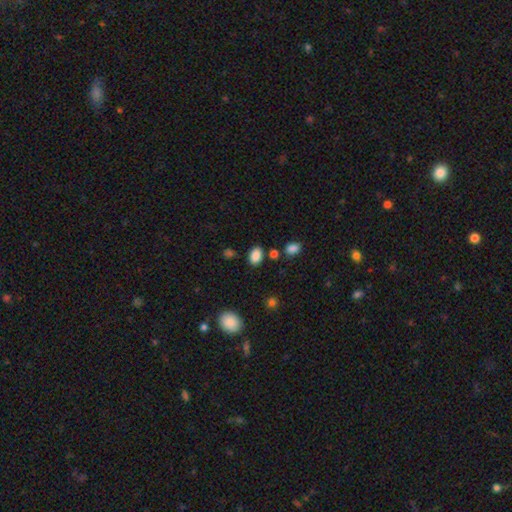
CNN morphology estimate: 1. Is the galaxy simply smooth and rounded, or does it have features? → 86% smooth, 10% star or artifact, 4% featured or disk.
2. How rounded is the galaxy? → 79% in between, 20% round, 1% cigar-shaped.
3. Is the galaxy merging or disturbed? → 80% none, 11% minor disturbance, 5% merger, 3% major disturbance.